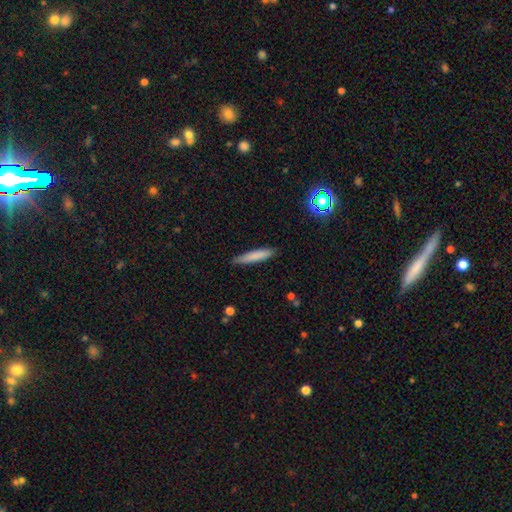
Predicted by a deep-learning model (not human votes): This appears to be a smooth galaxy with no disk features (80%) that is cigar-shaped (89%). Merging: none (86%).